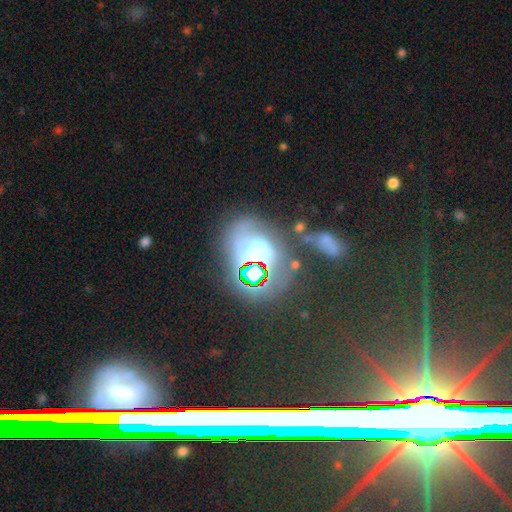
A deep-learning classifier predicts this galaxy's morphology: This is marginally a featured or disk galaxy (38%). Merging: marginally none (45%).